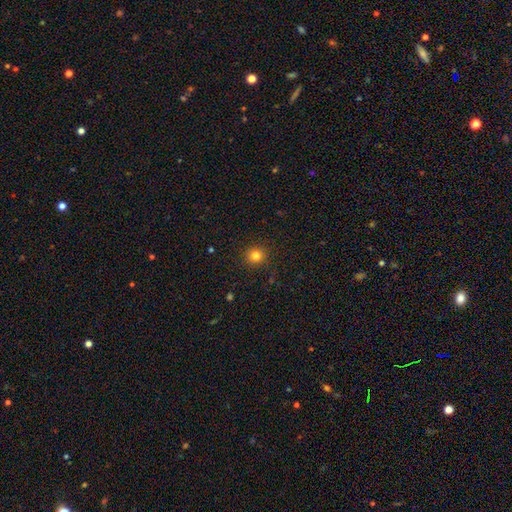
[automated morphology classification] A smooth galaxy with no disk features (81%) that is round (92%). Merging: none (91%).